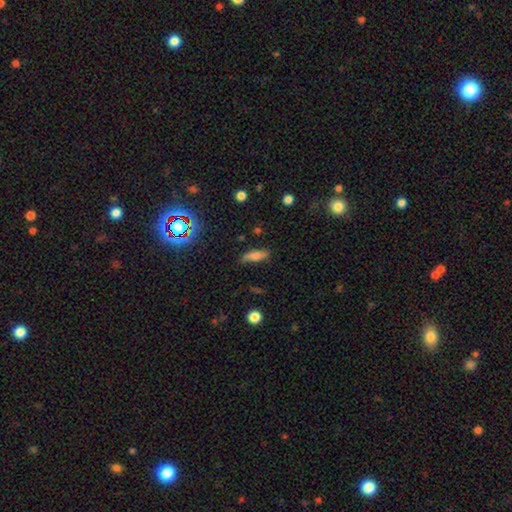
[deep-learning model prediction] Smooth or featured? Predicted: smooth (p=0.67). How rounded? Predicted: in between (p=0.53). Merging? Predicted: none (p=0.71).